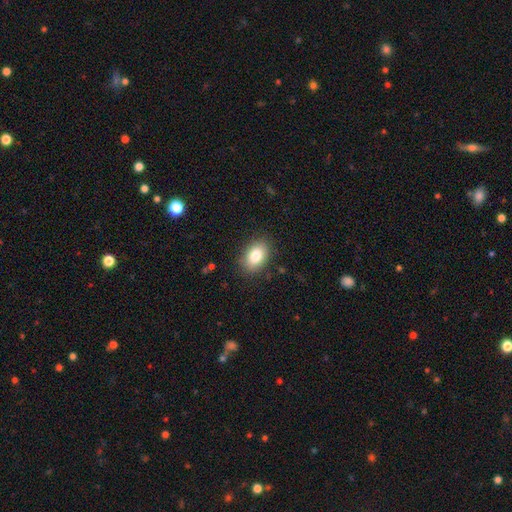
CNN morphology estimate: This is clearly a smooth galaxy (82%). How rounded: clearly in between (84%). Merging: clearly none (86%).